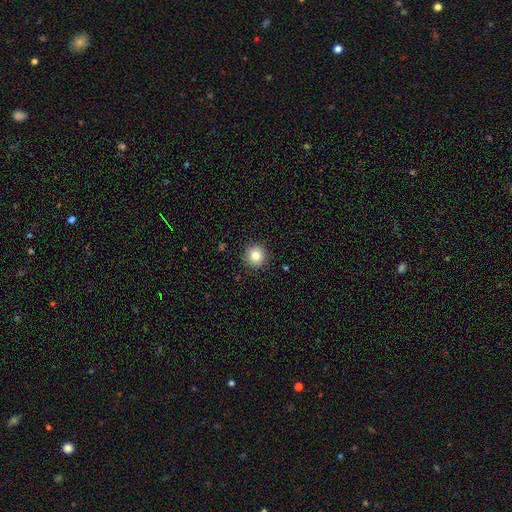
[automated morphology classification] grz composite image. It shows a smooth galaxy with no disk features (83%) that is round (95%). Merging: none (92%).